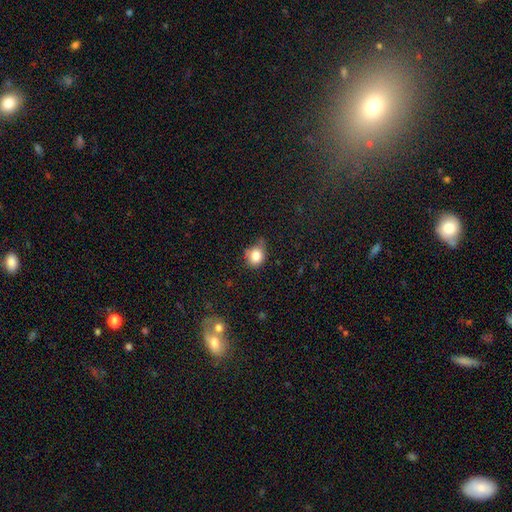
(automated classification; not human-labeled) A smooth galaxy with no disk features (81%) that is round (65%). Merging: none (50%).